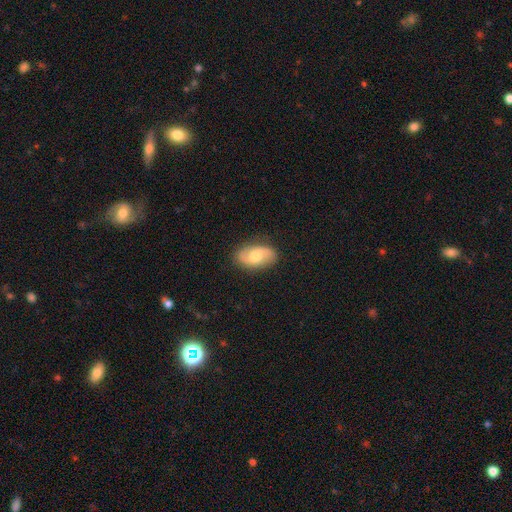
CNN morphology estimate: Q: Smooth or featured?
A: featured or disk (62%); runner-up: smooth (32%)
Q: Edge-on disk?
A: no (96%); runner-up: yes (4%)
Q: Bar?
A: no (61%); runner-up: weak (33%)
Q: Spiral arms?
A: yes (90%); runner-up: no (10%)
Q: Spiral winding?
A: medium (45%); runner-up: loose (36%)
Q: Spiral arm count?
A: 2 (90%); runner-up: can't tell (6%)
Q: Bulge size?
A: moderate (66%); runner-up: small (21%)
Q: Merging?
A: none (84%); runner-up: minor disturbance (12%)